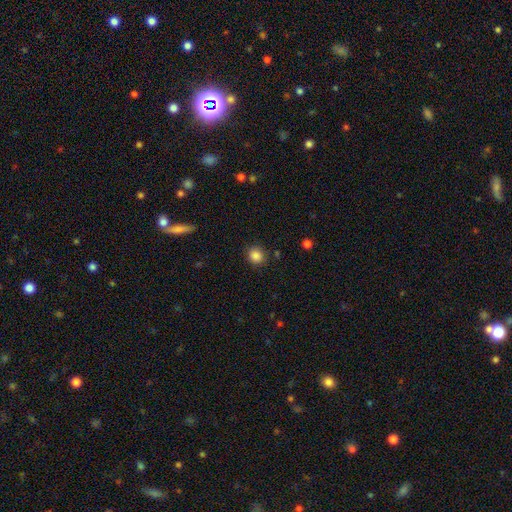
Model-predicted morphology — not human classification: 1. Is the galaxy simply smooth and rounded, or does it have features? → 86% smooth, 10% star or artifact, 3% featured or disk.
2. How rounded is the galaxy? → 85% round, 14% in between, 1% cigar-shaped.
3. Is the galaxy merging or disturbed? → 88% none, 8% minor disturbance, 3% major disturbance, 2% merger.